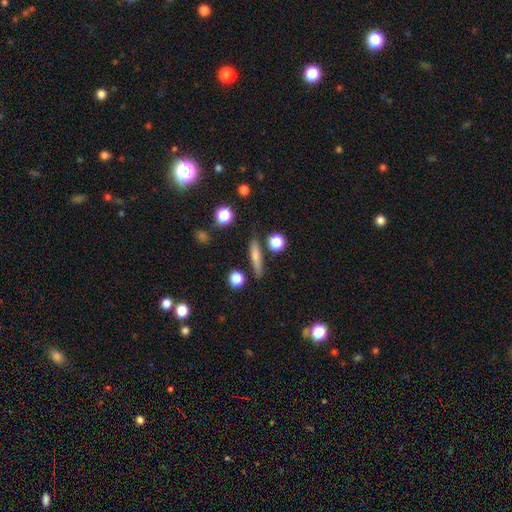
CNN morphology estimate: Overall: smooth (71%). How rounded: cigar-shaped (81%). Merging: none (83%).